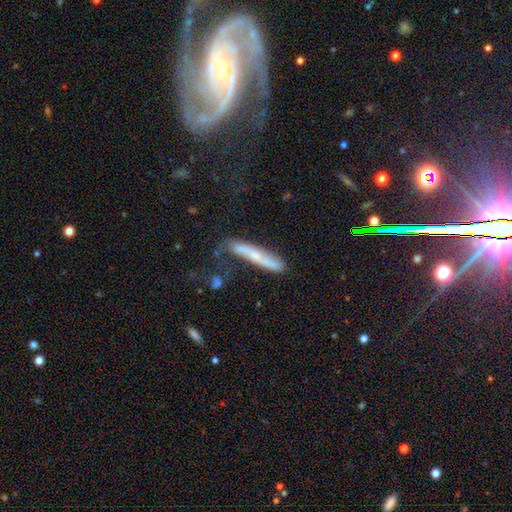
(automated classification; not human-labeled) A featured or disk galaxy (48%). Merging: none (49%).